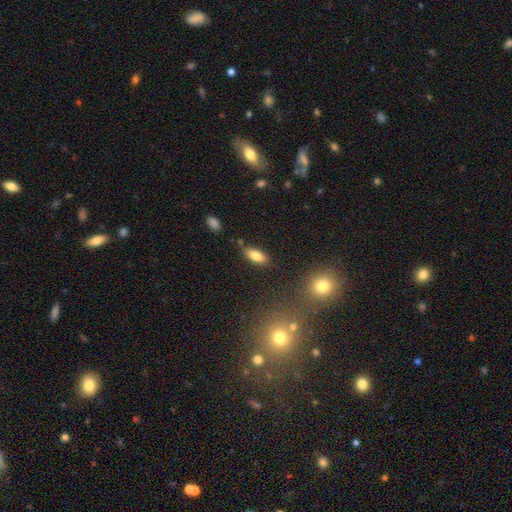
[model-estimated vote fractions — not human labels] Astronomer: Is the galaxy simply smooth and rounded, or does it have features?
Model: smooth — 83%.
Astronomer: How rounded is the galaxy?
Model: in between — 82%.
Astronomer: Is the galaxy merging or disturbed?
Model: none — 82%.